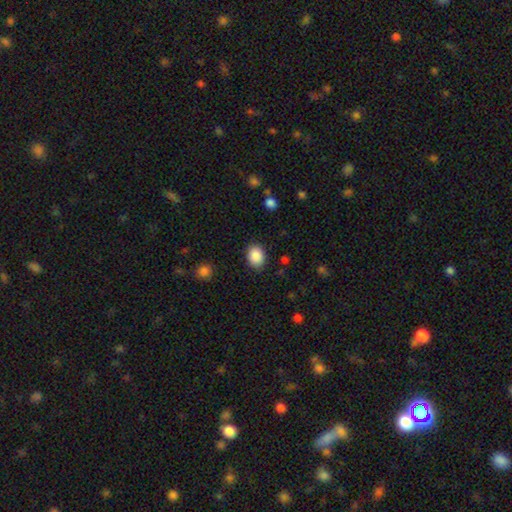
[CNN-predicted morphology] A smooth galaxy with no disk features (89%) that is in between round and cigar-shaped (56%).

Vote fractions:
- Smooth or featured? smooth: 89% / star or artifact: 8% / featured or disk: 3%
- How rounded? in between: 56% / round: 43% / cigar-shaped: 1%
- Merging? none: 86% / minor disturbance: 10% / major disturbance: 3% / merger: 1%